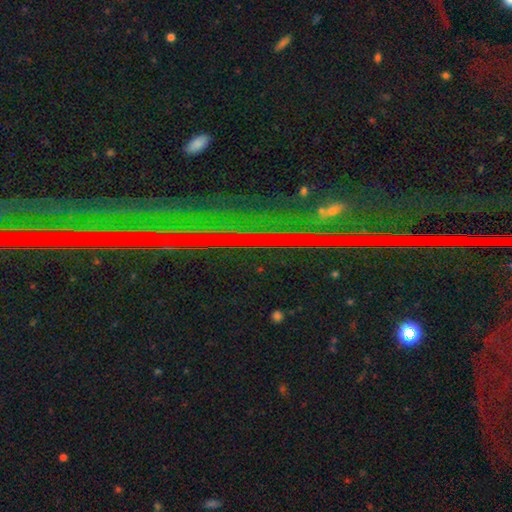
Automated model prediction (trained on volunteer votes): This is clearly a star or artifact rather than a galaxy (81%).